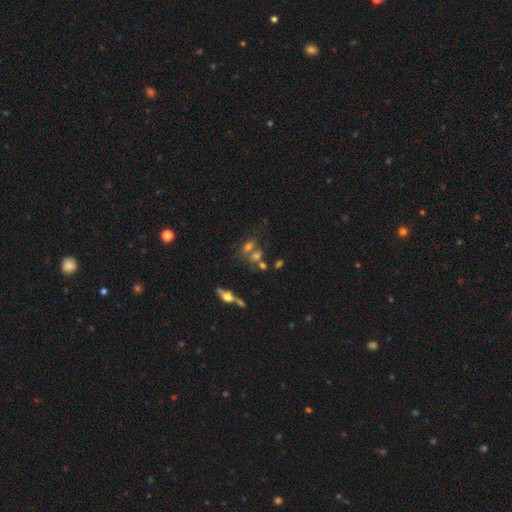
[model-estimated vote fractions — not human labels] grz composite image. It shows a smooth galaxy with no disk features (45%). Merging: none (41%).